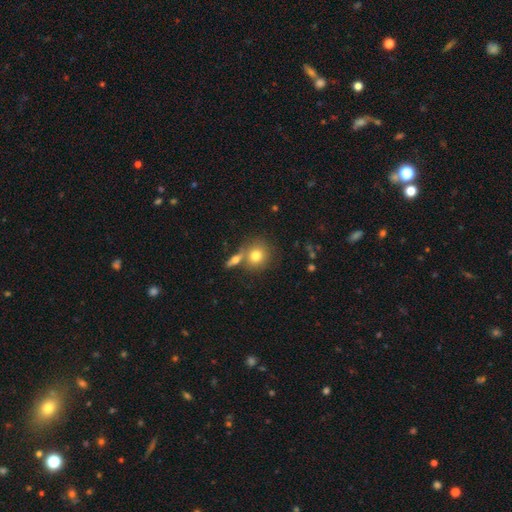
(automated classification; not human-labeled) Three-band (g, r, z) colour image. It shows a smooth galaxy with no disk features (76%) that is round (80%). Merging: none (58%).